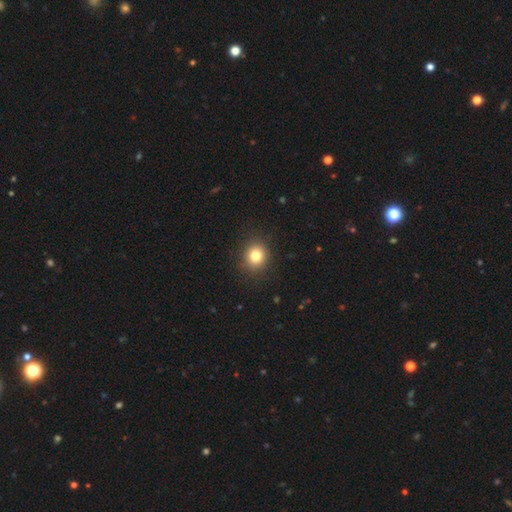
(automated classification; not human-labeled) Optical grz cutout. It shows a smooth galaxy with no disk features (81%) that is round (82%). Merging: none (89%).